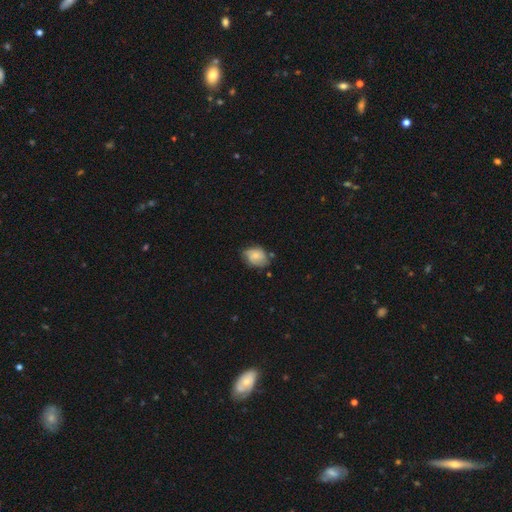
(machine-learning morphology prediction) Smooth or featured?
  - smooth: 67% *
  - featured or disk: 25%
  - star or artifact: 8%
How rounded?
  - in between: 65% *
  - round: 34%
  - cigar-shaped: 1%
Merging?
  - none: 56% *
  - minor disturbance: 33%
  - major disturbance: 8%
  - merger: 4%